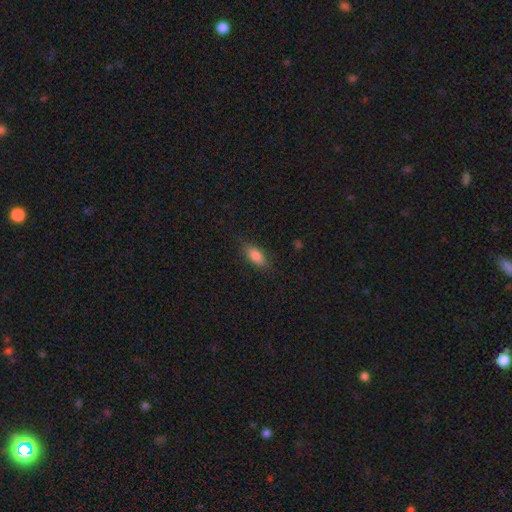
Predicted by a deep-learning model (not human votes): Smooth or featured?
  - smooth: 80% *
  - featured or disk: 12%
  - star or artifact: 8%
How rounded?
  - in between: 80% *
  - cigar-shaped: 16%
  - round: 4%
Merging?
  - none: 81% *
  - minor disturbance: 15%
  - major disturbance: 3%
  - merger: 1%